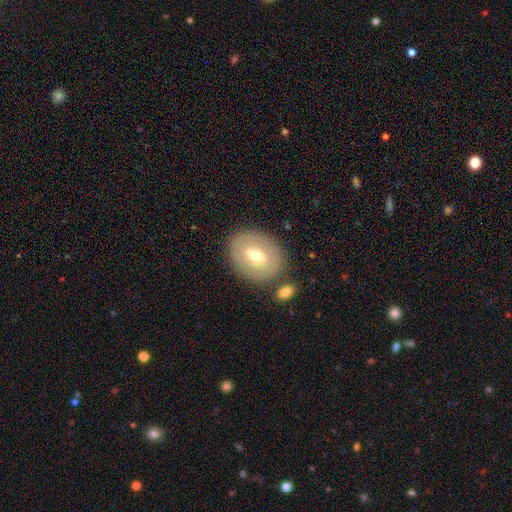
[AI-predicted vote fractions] Overall: smooth (54%; featured or disk 39%). How rounded: in between (55%; round 44%). Merging: none (80%).